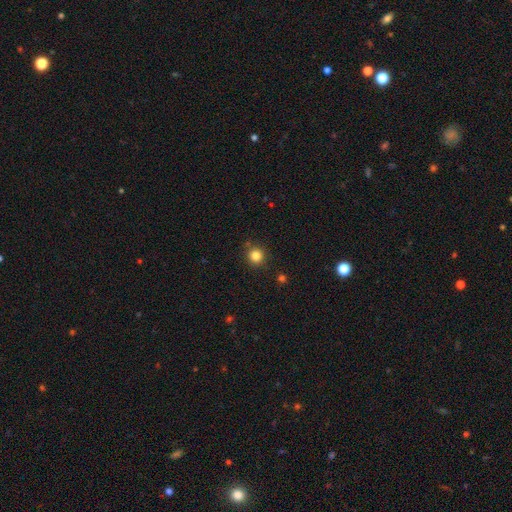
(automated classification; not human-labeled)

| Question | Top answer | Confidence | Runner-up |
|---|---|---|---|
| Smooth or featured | smooth | 83% | star or artifact (12%) |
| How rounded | round | 92% | in between (7%) |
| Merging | none | 86% | minor disturbance (9%) |